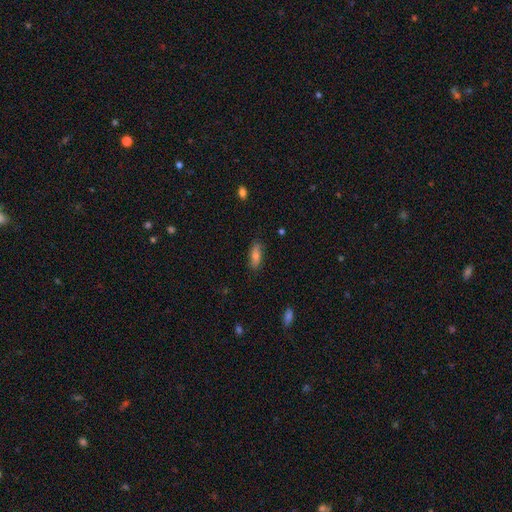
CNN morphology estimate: Q: Smooth or featured?
A: smooth (75%); runner-up: featured or disk (18%)
Q: How rounded?
A: in between (66%); runner-up: cigar-shaped (31%)
Q: Merging?
A: none (84%); runner-up: minor disturbance (13%)